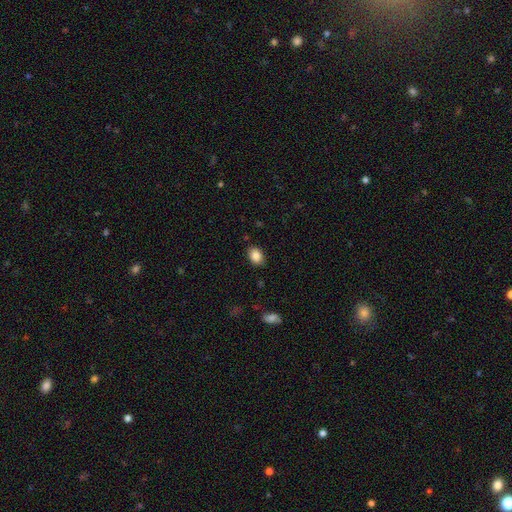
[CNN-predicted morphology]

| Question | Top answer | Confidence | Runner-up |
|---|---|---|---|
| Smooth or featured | smooth | 87% | star or artifact (8%) |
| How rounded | in between | 74% | round (24%) |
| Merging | none | 86% | minor disturbance (10%) |